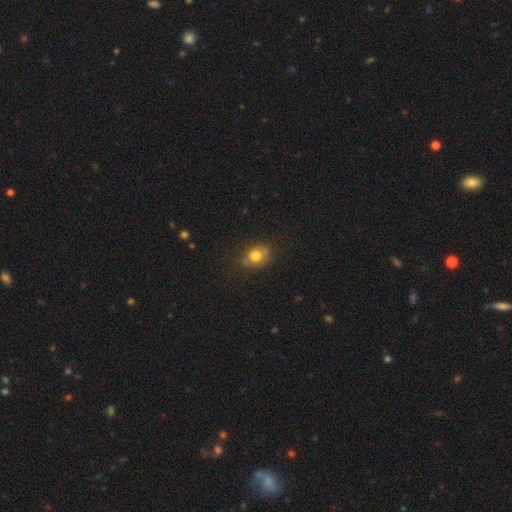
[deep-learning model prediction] A smooth galaxy with no disk features (72%) that is round (49%, tied with in between).

Vote fractions:
- Smooth or featured? smooth: 72% / featured or disk: 17% / star or artifact: 11%
- How rounded? round: 49% (tied) / in between: 49% (tied) / cigar-shaped: 2%
- Merging? none: 61% / minor disturbance: 25% / major disturbance: 7% / merger: 7%